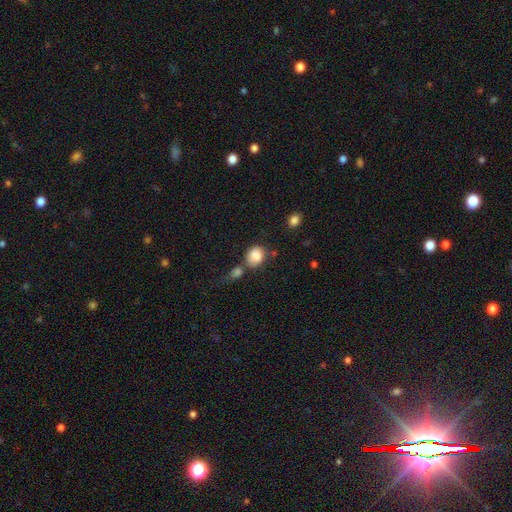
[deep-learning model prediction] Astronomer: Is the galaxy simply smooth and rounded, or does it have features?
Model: smooth — 85%.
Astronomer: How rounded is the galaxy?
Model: round — 58% (runner-up: in between, 41%).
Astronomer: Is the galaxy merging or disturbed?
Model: none — 48% (runner-up: merger, 28%).